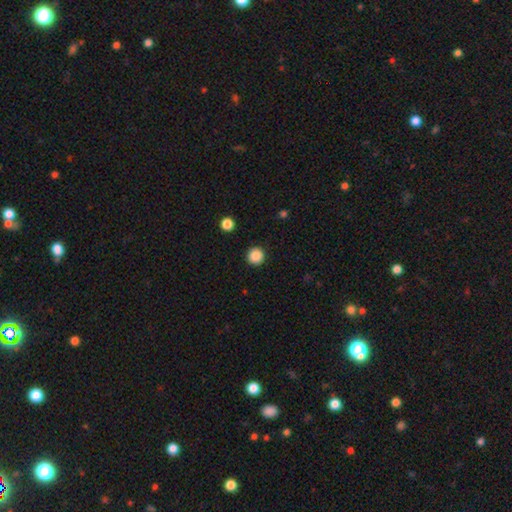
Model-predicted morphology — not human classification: type=smooth (88%); roundness=round (96%); merging=none (93%).